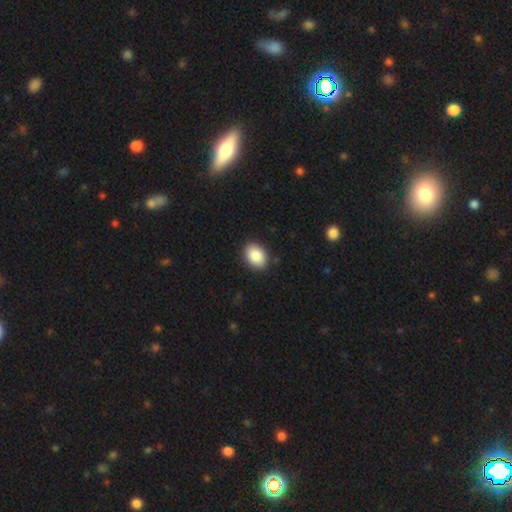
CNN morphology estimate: smooth_or_featured: smooth (p=0.88) [alt: star or artifact p=0.07]
how_rounded: in between (p=0.74) [alt: round p=0.25]
merging: none (p=0.89) [alt: minor disturbance p=0.08]